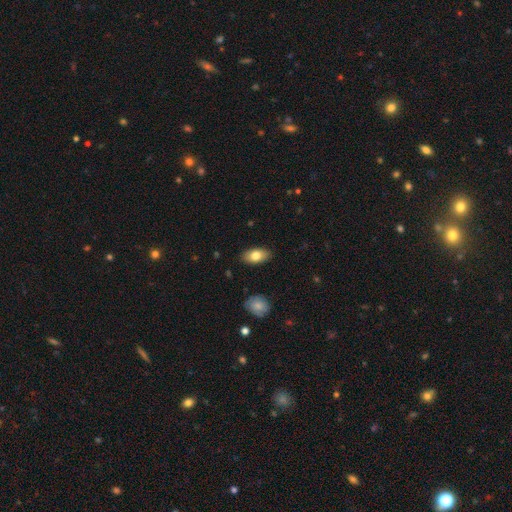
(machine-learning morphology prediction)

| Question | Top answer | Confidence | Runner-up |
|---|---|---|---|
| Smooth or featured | smooth | 79% | featured or disk (14%) |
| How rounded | in between | 91% | round (5%) |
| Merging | none | 88% | minor disturbance (9%) |